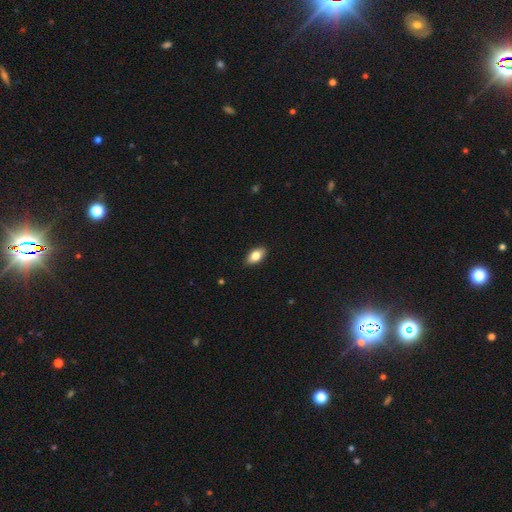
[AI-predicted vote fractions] Overall: smooth (79%). How rounded: in between (90%). Merging: none (88%).